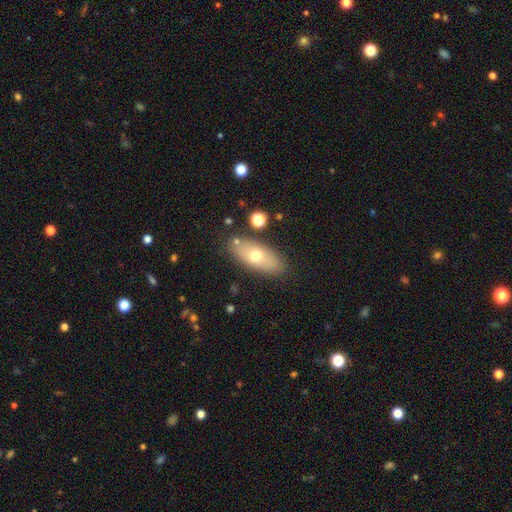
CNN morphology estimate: Smooth or featured? smooth (65%)
How rounded? in between (80%)
Merging? none (82%)